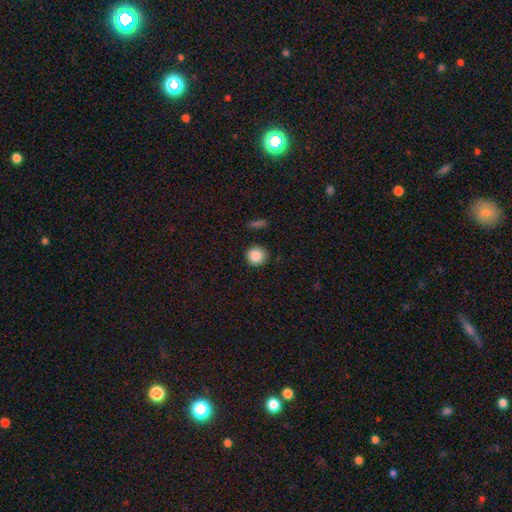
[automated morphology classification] Smooth or featured? Predicted: smooth (p=0.87). How rounded? Predicted: round (p=0.93). Merging? Predicted: none (p=0.90).